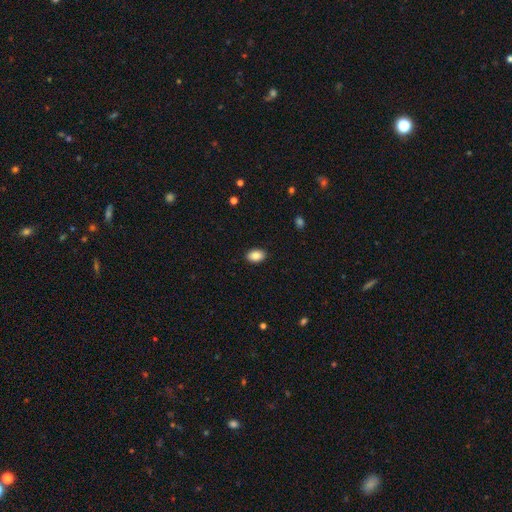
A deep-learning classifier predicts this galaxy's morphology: Q: Smooth or featured?
A: smooth (88%); runner-up: star or artifact (8%)
Q: How rounded?
A: in between (88%); runner-up: round (11%)
Q: Merging?
A: none (90%); runner-up: minor disturbance (7%)